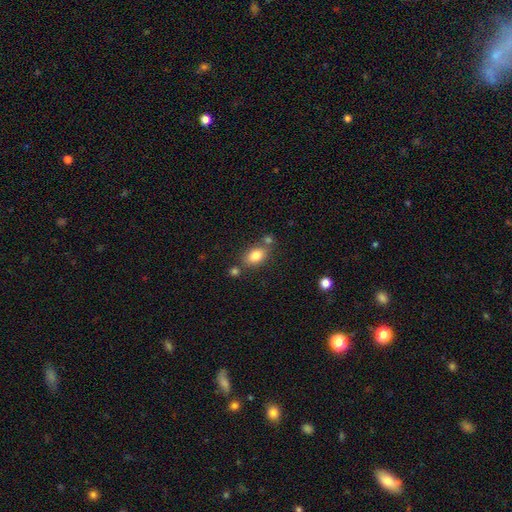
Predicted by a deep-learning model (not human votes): smooth_or_featured: smooth (p=0.81) [alt: featured or disk p=0.10]
how_rounded: in between (p=0.79) [alt: round p=0.20]
merging: none (p=0.65) [alt: merger p=0.17]